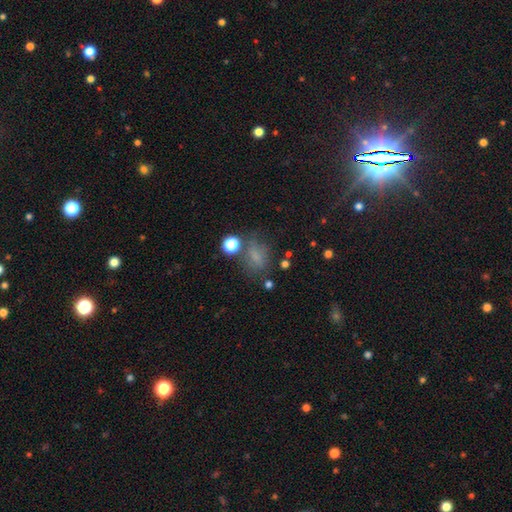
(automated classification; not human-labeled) Smooth or featured? Predicted: smooth (p=0.62). How rounded? Predicted: in between (p=0.61). Merging? Predicted: none (p=0.55).